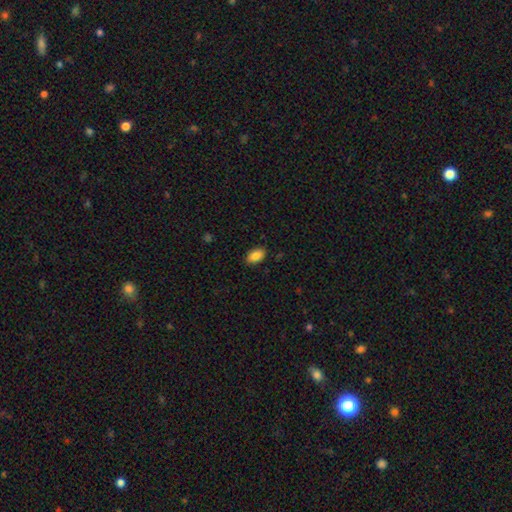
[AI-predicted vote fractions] Overall: smooth (88%). How rounded: in between (92%). Merging: none (88%).